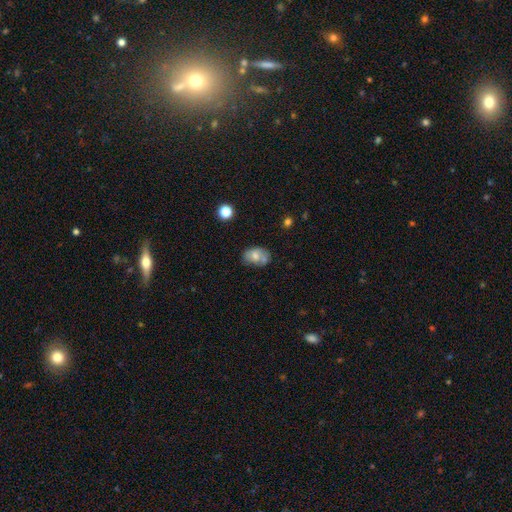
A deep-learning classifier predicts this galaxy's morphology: Smooth or featured: smooth — 67% (featured or disk — 24%)
How rounded: in between — 79% (round — 20%)
Merging: none — 49% (minor disturbance — 26%)